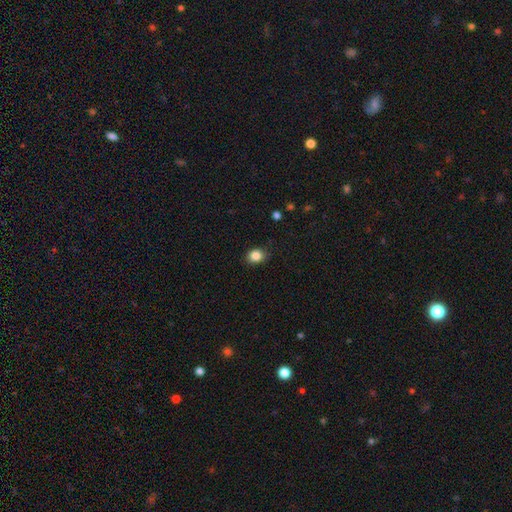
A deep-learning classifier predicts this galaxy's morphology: This appears to be a smooth galaxy with no disk features (85%) that is round (52%). Merging: none (86%).